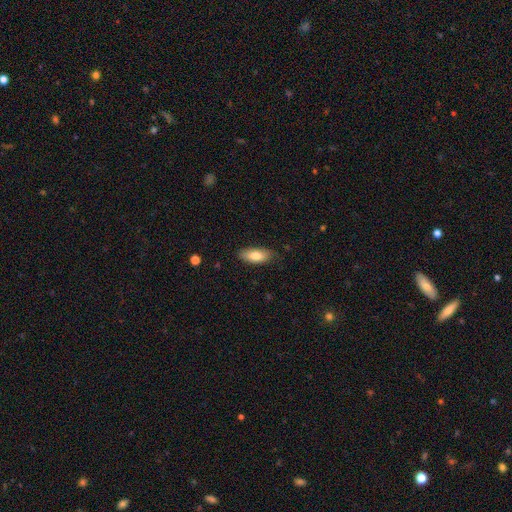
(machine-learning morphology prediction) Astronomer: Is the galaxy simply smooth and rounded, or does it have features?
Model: smooth — 82%.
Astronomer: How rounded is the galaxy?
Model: in between — 82%.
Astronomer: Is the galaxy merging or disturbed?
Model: none — 80%.